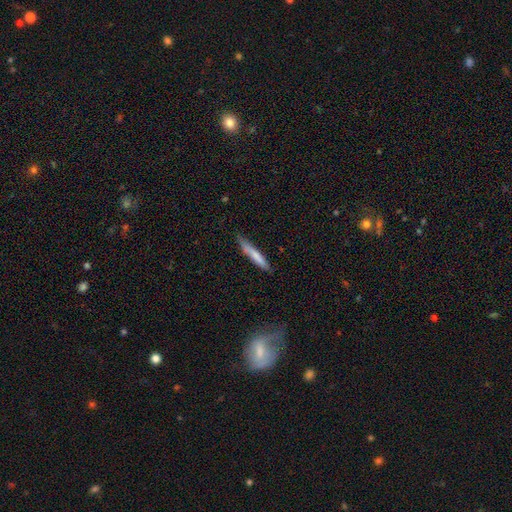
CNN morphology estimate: This appears to be a smooth galaxy with no disk features (71%) that is cigar-shaped (93%). Merging: none (77%).